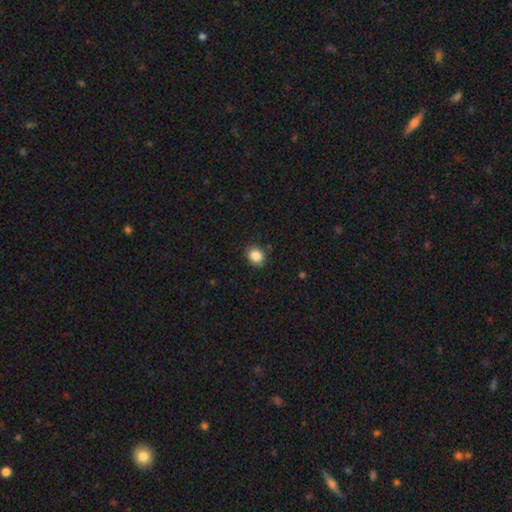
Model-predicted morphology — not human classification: smooth 86%, star or artifact 9%, featured or disk 4%. Down the decision tree: how rounded — round (57%); merging — none (85%).